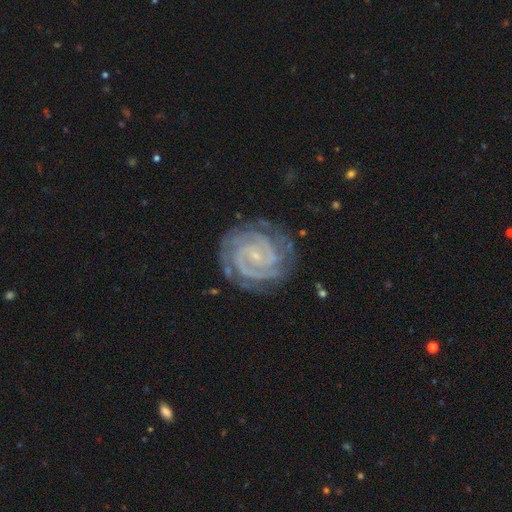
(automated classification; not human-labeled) This is clearly a featured or disk galaxy (91%). It is clearly not viewed edge-on (98%). Bar: possibly no (50%). Spiral arm pattern: clearly yes (99%). Spiral arm count: possibly 2 (56%). Spiral winding: clearly tight (81%). Central bulge: clearly small (84%). Merging: likely none (80%).